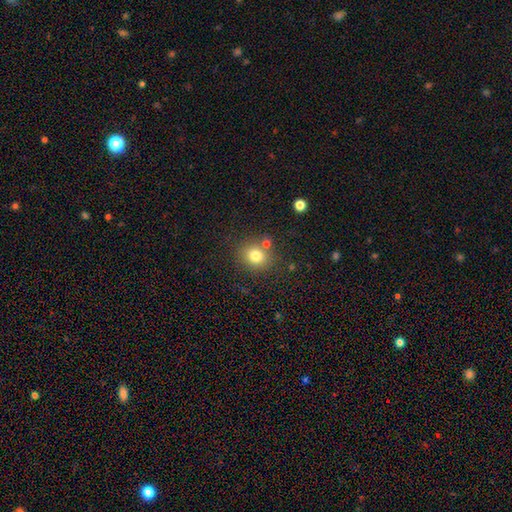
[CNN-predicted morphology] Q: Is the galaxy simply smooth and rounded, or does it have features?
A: smooth — 78%.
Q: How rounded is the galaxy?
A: round — 81%.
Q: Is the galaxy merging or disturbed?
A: none — 75%.